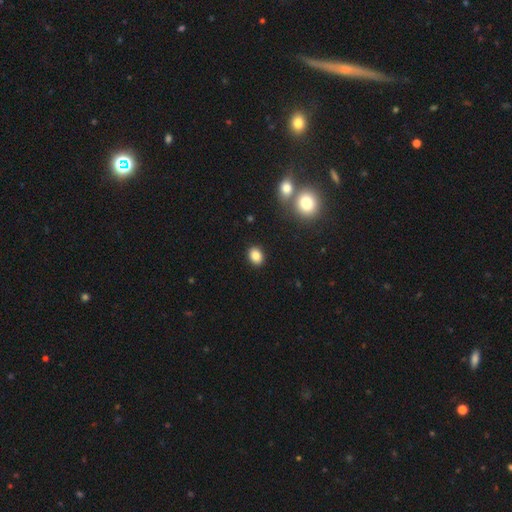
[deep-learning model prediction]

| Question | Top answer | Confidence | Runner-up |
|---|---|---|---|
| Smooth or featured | smooth | 84% | star or artifact (10%) |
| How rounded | in between | 58% | round (41%) |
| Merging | none | 90% | minor disturbance (7%) |